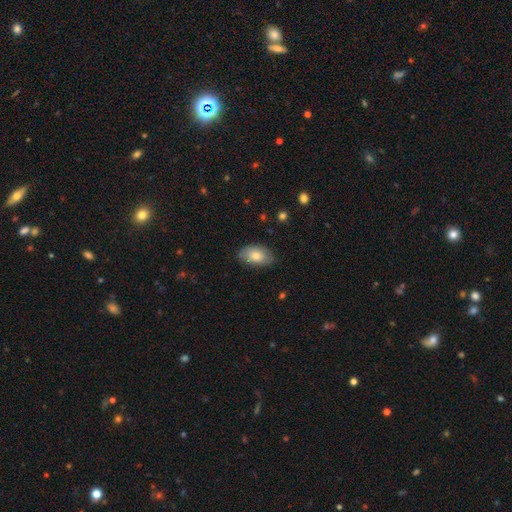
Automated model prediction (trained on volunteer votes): Smooth or featured?
  - smooth: 74% *
  - featured or disk: 20%
  - star or artifact: 7%
How rounded?
  - in between: 93% *
  - round: 6%
  - cigar-shaped: 1%
Merging?
  - none: 82% *
  - minor disturbance: 14%
  - major disturbance: 3%
  - merger: 1%